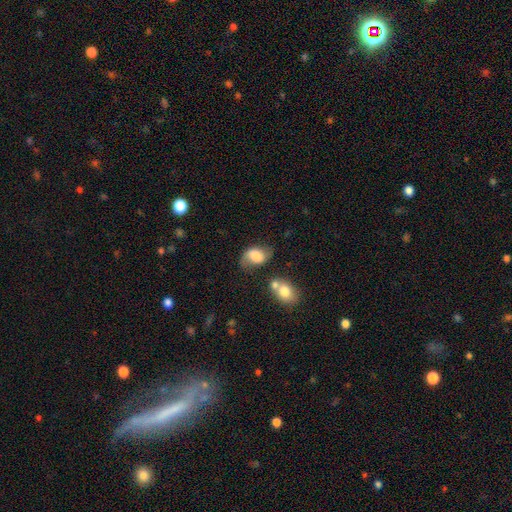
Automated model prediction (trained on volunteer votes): The model was most divided on "merging": none: 52%, minor disturbance: 27%, major disturbance: 12%, merger: 9%. More confident: how rounded — in between (79%); smooth or featured — smooth (60%).